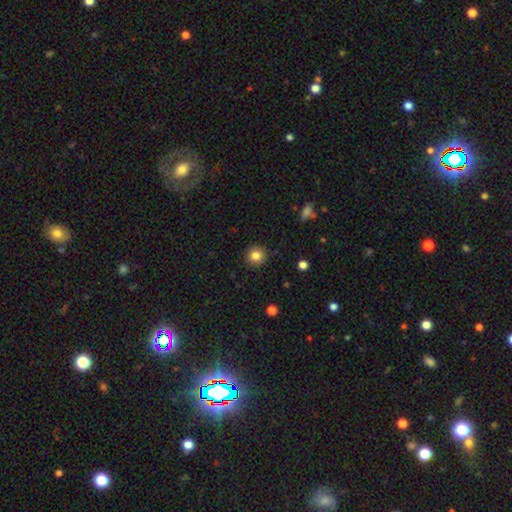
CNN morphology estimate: Smooth or featured: smooth — 83% (star or artifact — 11%)
How rounded: round — 93% (in between — 6%)
Merging: none — 91% (minor disturbance — 6%)